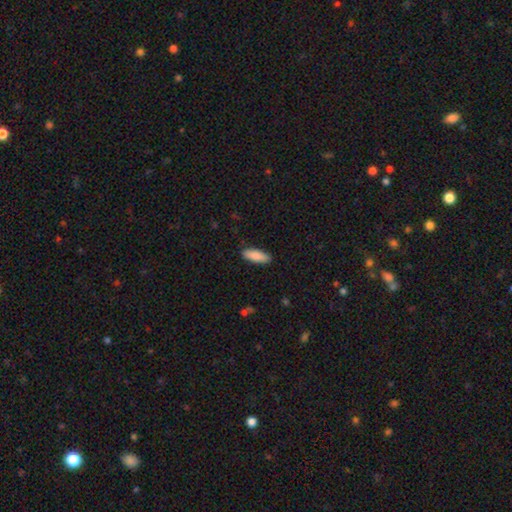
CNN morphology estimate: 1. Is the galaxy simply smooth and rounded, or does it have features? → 88% smooth, 6% featured or disk, 6% star or artifact.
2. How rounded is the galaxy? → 67% in between, 31% cigar-shaped, 2% round.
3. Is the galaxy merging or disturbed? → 89% none, 8% minor disturbance, 2% major disturbance, 1% merger.